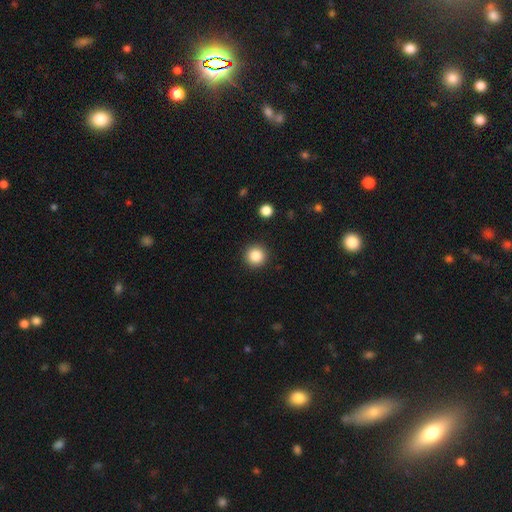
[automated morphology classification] smooth-or-featured: smooth: 85% | star or artifact: 10% | featured or disk: 5%
  how-rounded: round: 96% | in between: 3% | cigar-shaped: 1%
  merging: none: 92% | minor disturbance: 5% | major disturbance: 2% | merger: 1%